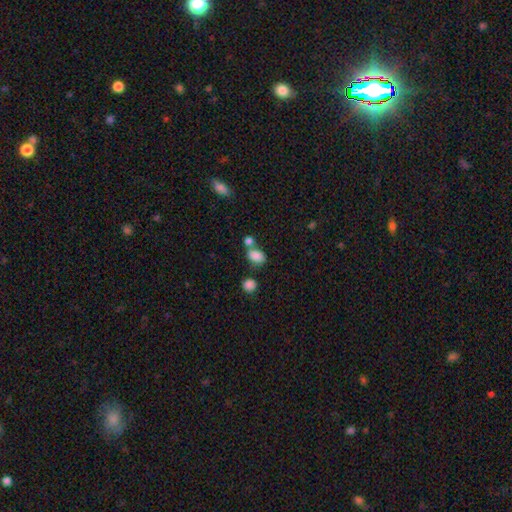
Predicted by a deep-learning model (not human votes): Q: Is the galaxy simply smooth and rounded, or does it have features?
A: smooth — 83%.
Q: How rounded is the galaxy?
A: in between — 78%.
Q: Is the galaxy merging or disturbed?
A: none — 45%.